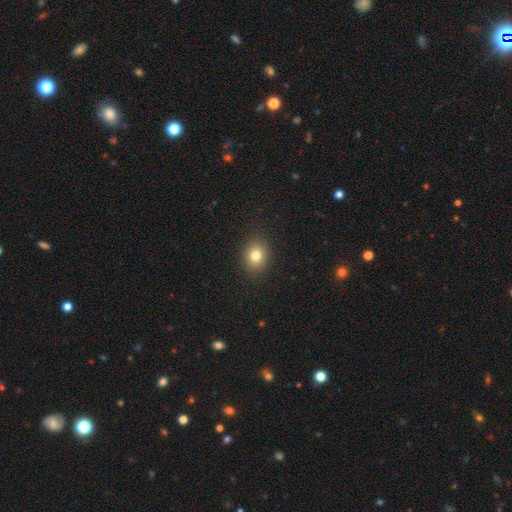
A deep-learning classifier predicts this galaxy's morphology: This appears to be a smooth galaxy with no disk features (80%) that is round (53%). Merging: none (88%).